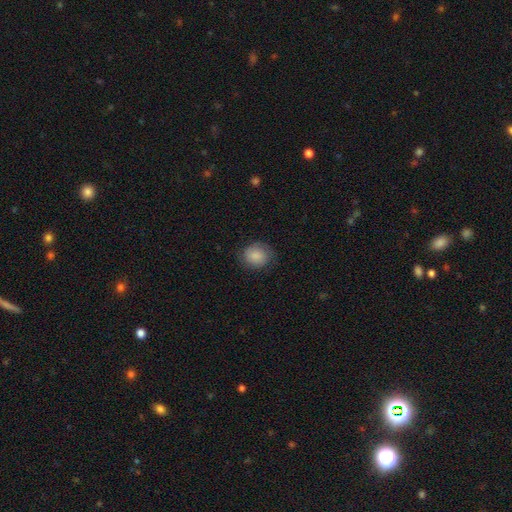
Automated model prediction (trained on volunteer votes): smooth 83%, featured or disk 9%, star or artifact 7%. Down the decision tree: how rounded — round (69%); merging — none (77%).